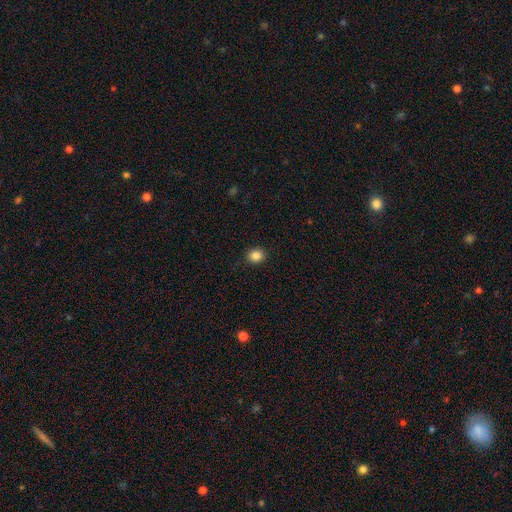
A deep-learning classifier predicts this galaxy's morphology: Q: Smooth or featured?
A: smooth (86%); runner-up: star or artifact (10%)
Q: How rounded?
A: round (73%); runner-up: in between (26%)
Q: Merging?
A: none (91%); runner-up: minor disturbance (6%)